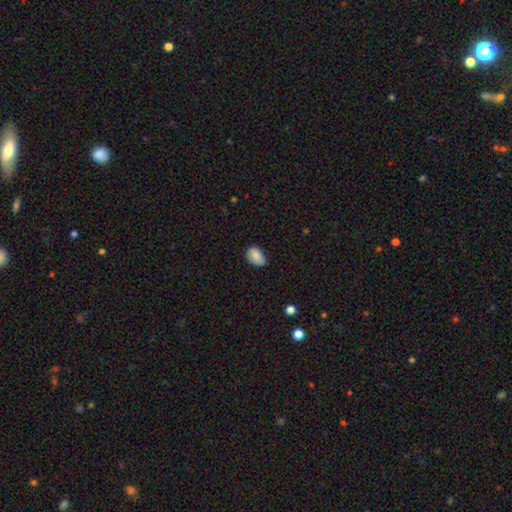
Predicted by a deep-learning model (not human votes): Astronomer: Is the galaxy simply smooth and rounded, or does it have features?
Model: smooth — 82%.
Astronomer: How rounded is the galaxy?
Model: in between — 83%.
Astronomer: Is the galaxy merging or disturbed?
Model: none — 71%.